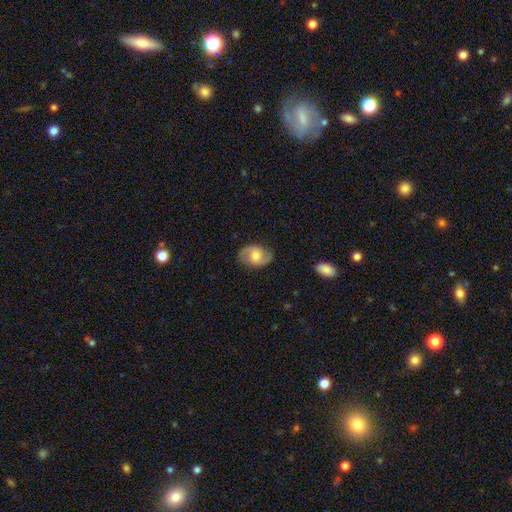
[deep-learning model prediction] A featured or disk galaxy (74%) with no bar (56%), 2 (91%) medium (50%) spiral arms (93%) and a moderate central bulge (64%).

Vote fractions:
- Smooth or featured? featured or disk: 74% / smooth: 19% / star or artifact: 6%
- Edge-on disk? no: 97% / yes: 3%
- Bar? no: 56% / weak: 37% / strong: 7%
- Spiral arms? yes: 93% / no: 7%
- Spiral winding? medium: 50% / loose: 31% / tight: 18%
- Spiral arm count? 2: 91% / can't tell: 4% / 1: 2% / 3: 1% / 4: 1% / more than 4: 1%
- Bulge size? moderate: 64% / small: 26% / large: 6% / none: 2% / dominant: 1%
- Merging? none: 82% / minor disturbance: 13% / major disturbance: 4% / merger: 1%